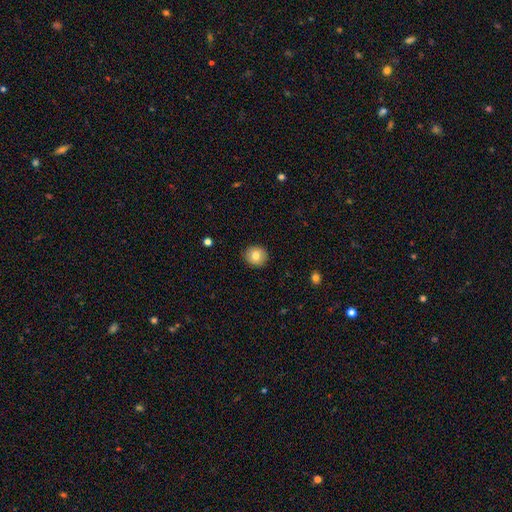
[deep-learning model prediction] smooth 81%, featured or disk 11%, star or artifact 9%. Down the decision tree: how rounded — round (88%); merging — none (90%).